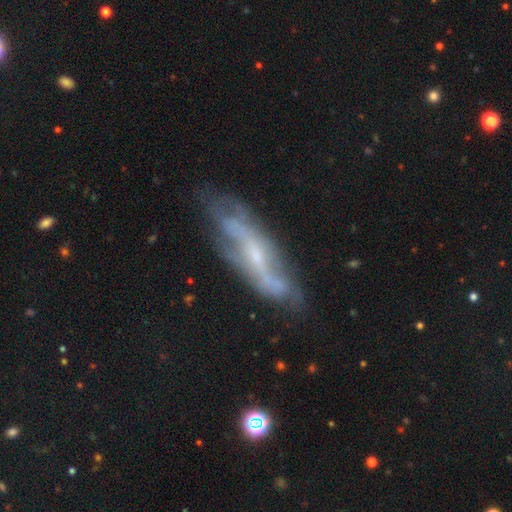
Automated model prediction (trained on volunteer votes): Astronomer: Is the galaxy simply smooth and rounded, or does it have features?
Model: featured or disk — 76%.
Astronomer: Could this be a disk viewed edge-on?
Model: no — 69%.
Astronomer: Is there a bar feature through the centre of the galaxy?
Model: no — 40% (runner-up: weak, 38%).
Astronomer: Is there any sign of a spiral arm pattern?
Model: yes — 80%.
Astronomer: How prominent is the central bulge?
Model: small — 69%.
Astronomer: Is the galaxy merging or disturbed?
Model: none — 66%.